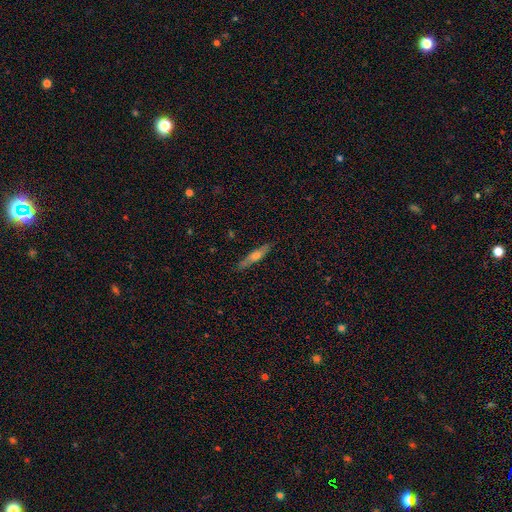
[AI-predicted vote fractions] Morphology: type=featured or disk (56%); edge-on=yes (93%); edge-on bulge=rounded (86%); merging=none (87%).